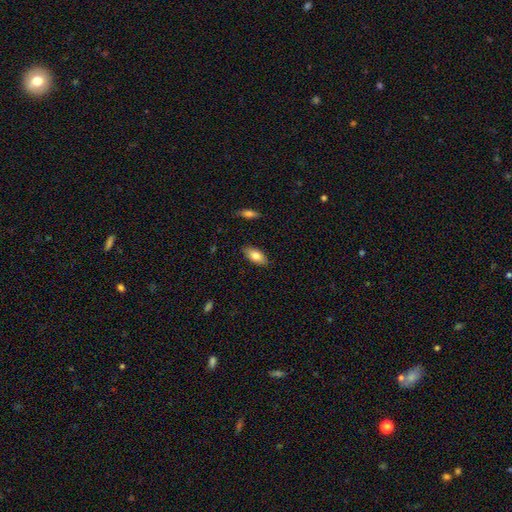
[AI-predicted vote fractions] smooth-or-featured: smooth: 78% | featured or disk: 15% | star or artifact: 7%
  how-rounded: in between: 88% | cigar-shaped: 9% | round: 2%
  merging: none: 86% | minor disturbance: 11% | major disturbance: 2% | merger: 1%